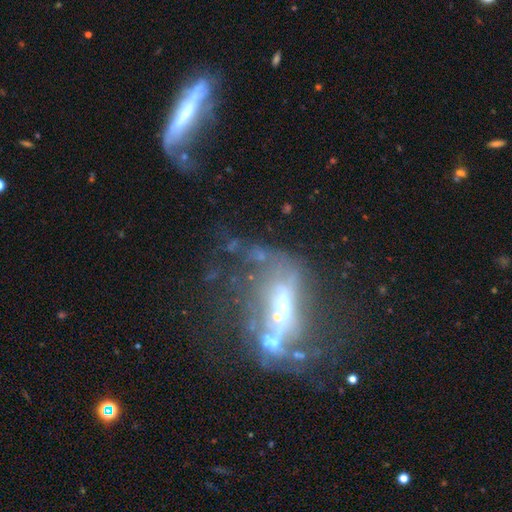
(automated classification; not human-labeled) Overall: featured or disk (70%). Edge-on disk: no (72%). Merging: merger (34%; major disturbance 28%).